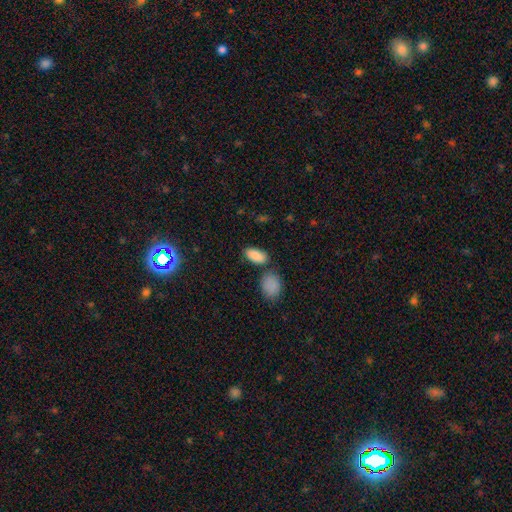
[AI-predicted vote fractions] Smooth or featured?
  - smooth: 88% *
  - star or artifact: 7%
  - featured or disk: 5%
How rounded?
  - in between: 93% *
  - cigar-shaped: 4%
  - round: 3%
Merging?
  - none: 73% *
  - minor disturbance: 12%
  - merger: 12%
  - major disturbance: 4%